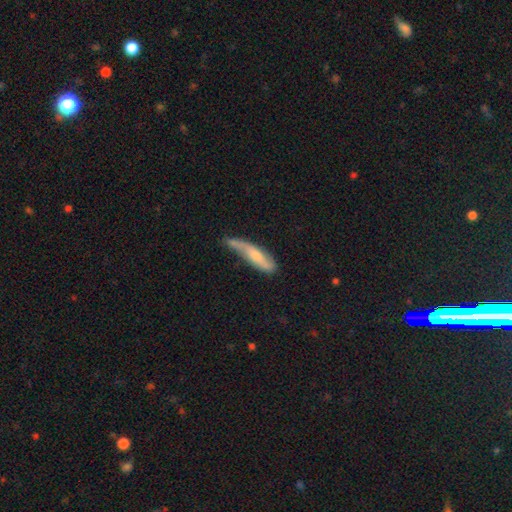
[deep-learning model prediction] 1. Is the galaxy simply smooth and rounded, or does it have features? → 52% smooth, 41% featured or disk, 6% star or artifact.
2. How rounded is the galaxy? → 72% cigar-shaped, 26% in between, 2% round.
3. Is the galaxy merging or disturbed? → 40% minor disturbance, 38% none, 15% major disturbance, 8% merger.